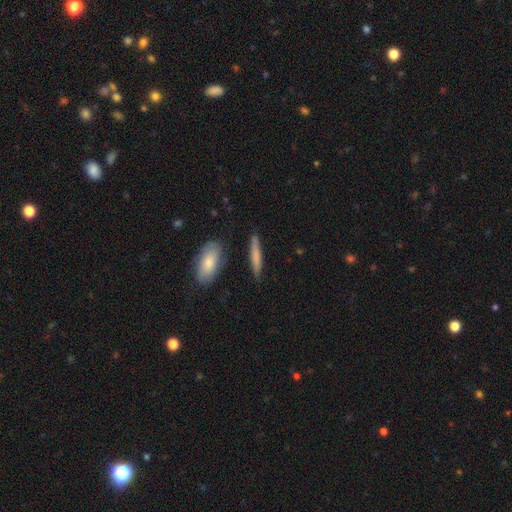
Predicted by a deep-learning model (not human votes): A smooth galaxy with no disk features (68%) that is cigar-shaped (88%).

Vote fractions:
- Smooth or featured? smooth: 68% / featured or disk: 26% / star or artifact: 6%
- How rounded? cigar-shaped: 88% / in between: 10% / round: 2%
- Merging? none: 85% / minor disturbance: 10% / merger: 3% / major disturbance: 2%